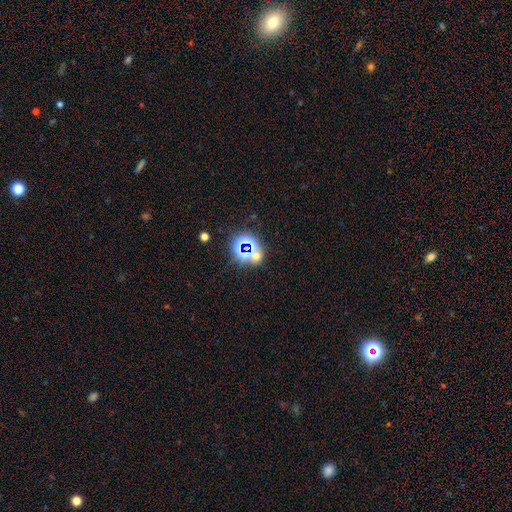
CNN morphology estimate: A star or artifact, not a galaxy (60%).